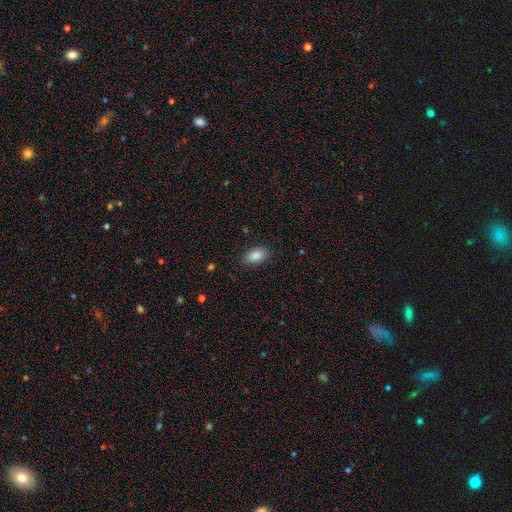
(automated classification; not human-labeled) Smooth or featured: smooth — 87% (star or artifact — 8%)
How rounded: in between — 92% (round — 5%)
Merging: none — 86% (minor disturbance — 10%)